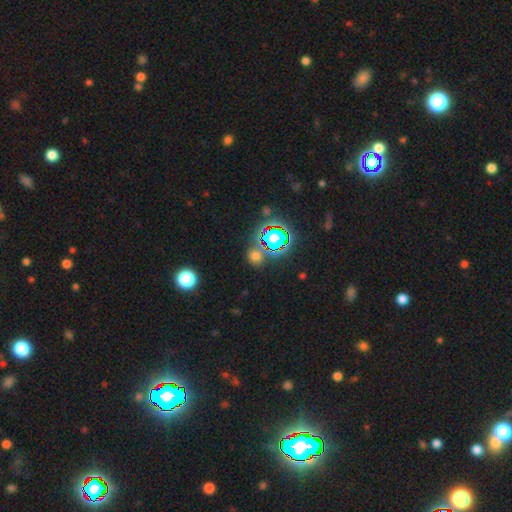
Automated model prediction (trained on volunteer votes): The model was most divided on "smooth or featured": smooth: 51%, star or artifact: 41%, featured or disk: 8%. More confident: how rounded — round (79%); merging — none (75%).